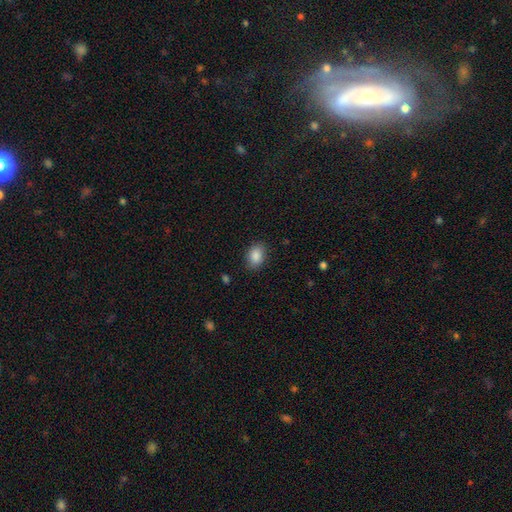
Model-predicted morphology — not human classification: Smooth or featured: smooth — 88% (star or artifact — 8%)
How rounded: in between — 75% (round — 24%)
Merging: none — 85% (minor disturbance — 11%)